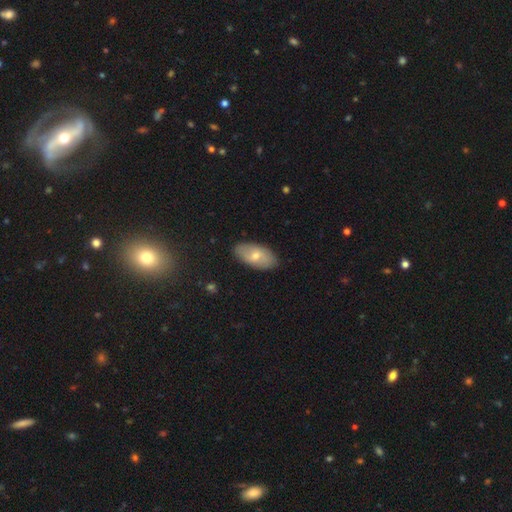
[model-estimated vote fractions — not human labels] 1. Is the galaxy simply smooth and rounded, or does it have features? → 60% smooth, 34% featured or disk, 6% star or artifact.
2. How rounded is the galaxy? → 93% in between, 4% round, 3% cigar-shaped.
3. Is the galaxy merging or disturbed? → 85% none, 11% minor disturbance, 2% major disturbance, 1% merger.